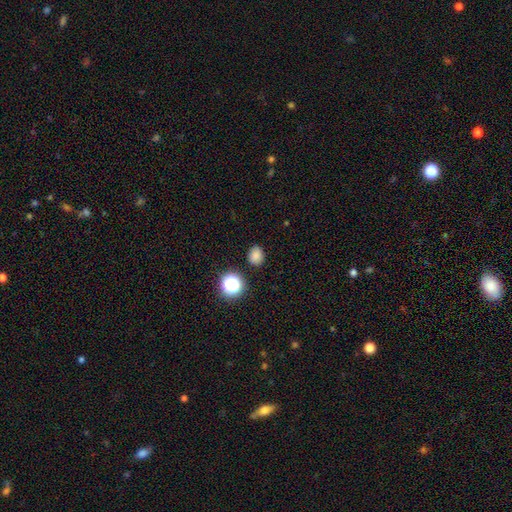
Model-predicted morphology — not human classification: Smooth or featured? Predicted: smooth (p=0.79). How rounded? Predicted: round (p=0.56). Merging? Predicted: none (p=0.84).